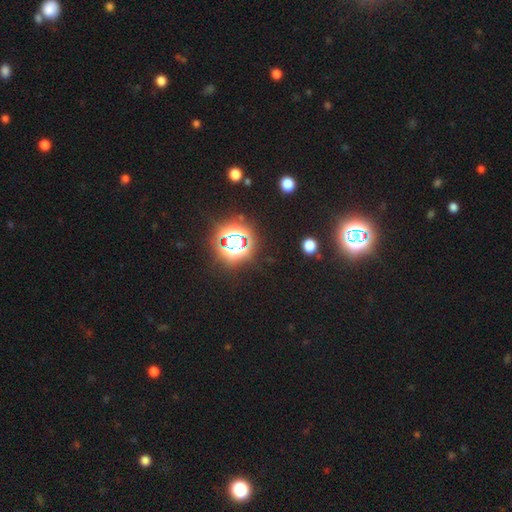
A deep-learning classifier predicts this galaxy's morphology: smooth_or_featured: star or artifact (p=0.81) [alt: smooth p=0.14]